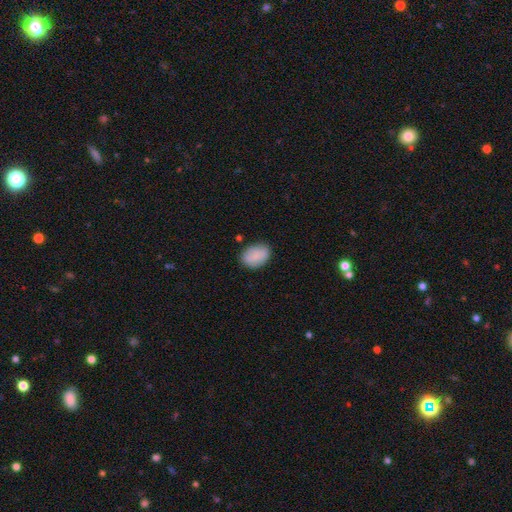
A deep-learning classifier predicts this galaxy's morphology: A smooth galaxy with no disk features (86%) that is in between round and cigar-shaped (78%). Merging: none (81%).